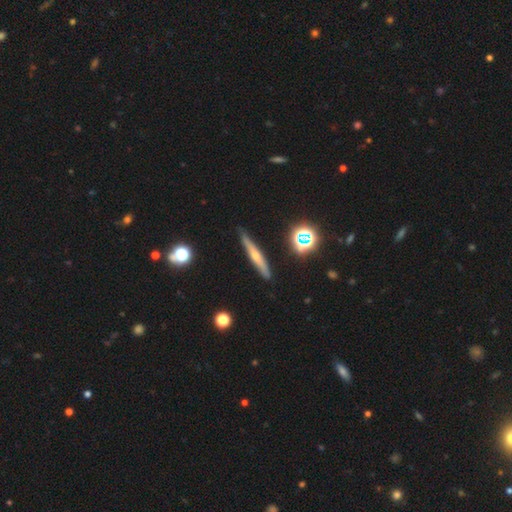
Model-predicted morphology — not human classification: smooth_or_featured: featured or disk (p=0.53) [alt: smooth p=0.37]
disk_edge_on: yes (p=0.94) [alt: no p=0.06]
merging: none (p=0.88) [alt: minor disturbance p=0.09]